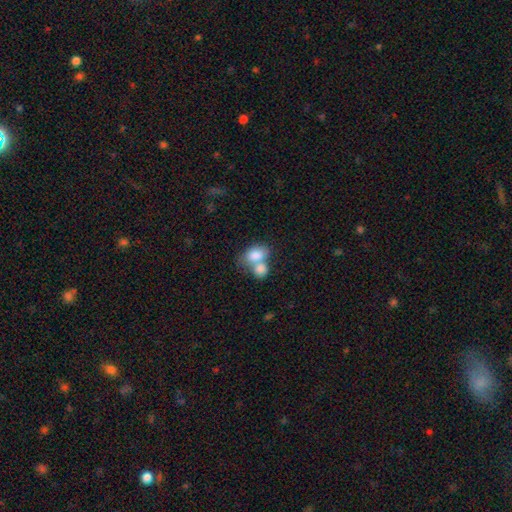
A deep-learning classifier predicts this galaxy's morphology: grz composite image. It shows a smooth galaxy with no disk features (80%) that is in between round and cigar-shaped (73%). Merging: merger (64%).